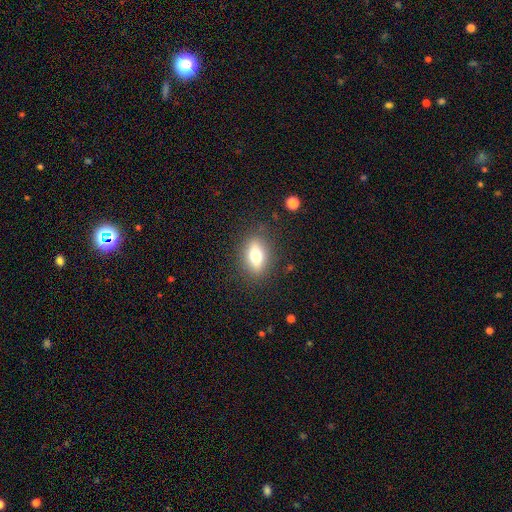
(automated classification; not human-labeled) smooth 66%, featured or disk 25%, star or artifact 9%. Down the decision tree: how rounded — in between (77%); merging — none (85%).